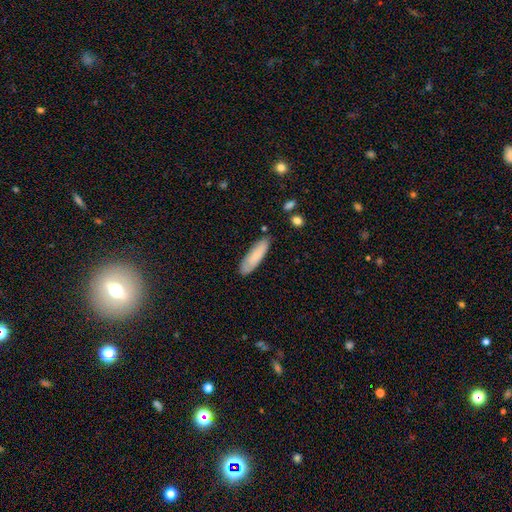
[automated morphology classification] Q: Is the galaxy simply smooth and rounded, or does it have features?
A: smooth — 80%.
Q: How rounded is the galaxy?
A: cigar-shaped — 62%.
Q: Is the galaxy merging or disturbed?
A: none — 81%.